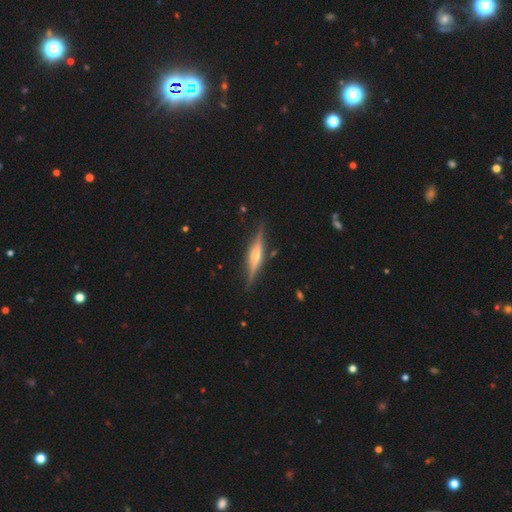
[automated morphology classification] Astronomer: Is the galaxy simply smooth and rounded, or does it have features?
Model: featured or disk — 77%.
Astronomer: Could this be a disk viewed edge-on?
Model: yes — 97%.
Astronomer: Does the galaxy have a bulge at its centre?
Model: rounded — 80%.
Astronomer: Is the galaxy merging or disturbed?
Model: none — 87%.